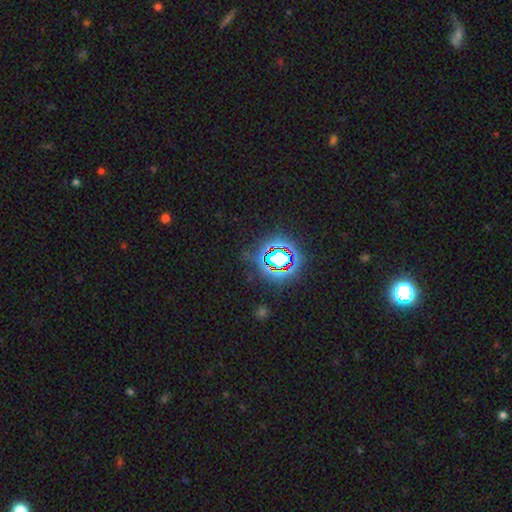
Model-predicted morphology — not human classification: This is likely a star or artifact rather than a galaxy (78%).